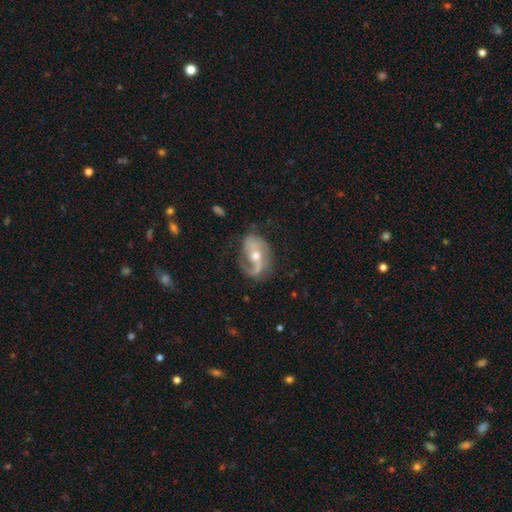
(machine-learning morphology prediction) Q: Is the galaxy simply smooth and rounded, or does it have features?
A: featured or disk — 84%.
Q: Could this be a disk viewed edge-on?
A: no — 96%.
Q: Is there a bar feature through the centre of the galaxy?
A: no — 43%.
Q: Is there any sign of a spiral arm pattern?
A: yes — 94%.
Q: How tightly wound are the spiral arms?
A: loose — 48%.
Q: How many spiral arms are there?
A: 2 — 71%.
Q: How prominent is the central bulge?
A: moderate — 62%.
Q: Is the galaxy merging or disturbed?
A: none — 61%.